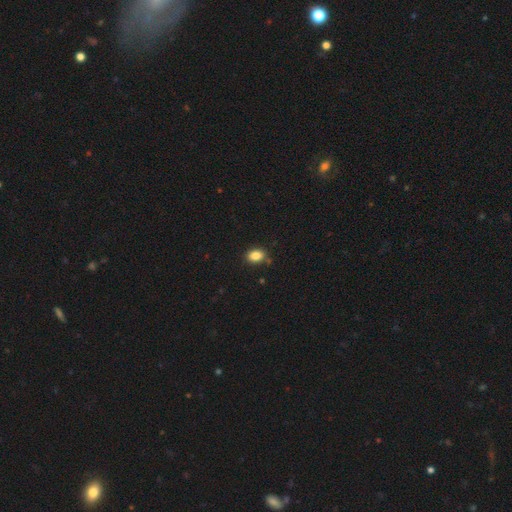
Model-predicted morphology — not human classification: Smooth or featured?
  - smooth: 85% *
  - star or artifact: 10%
  - featured or disk: 5%
How rounded?
  - in between: 73% *
  - round: 25%
  - cigar-shaped: 1%
Merging?
  - none: 82% *
  - minor disturbance: 13%
  - merger: 3%
  - major disturbance: 3%